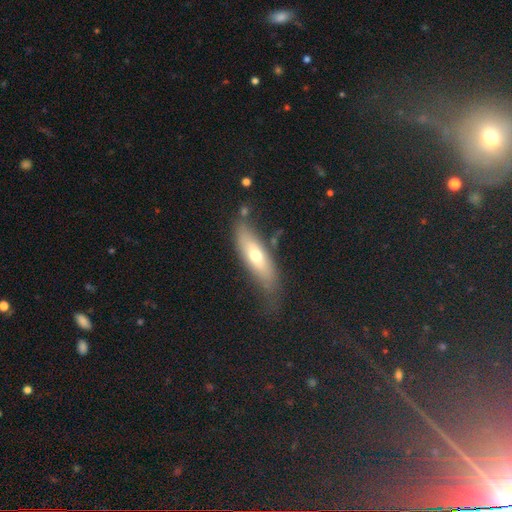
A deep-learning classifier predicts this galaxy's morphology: This appears to be a smooth galaxy with no disk features (56%) that is in between round and cigar-shaped (51%). Merging: none (60%).